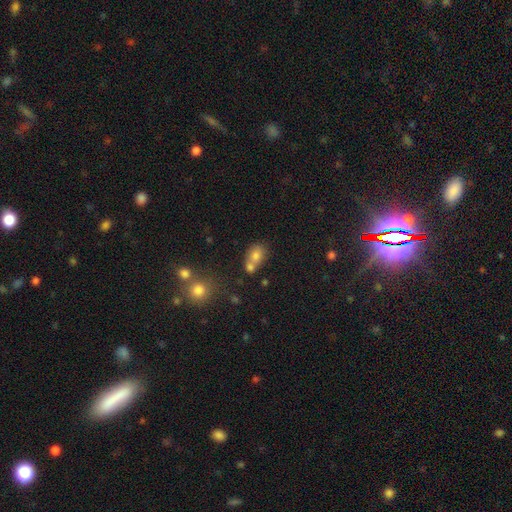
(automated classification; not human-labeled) smooth_or_featured: smooth (p=0.74) [alt: featured or disk p=0.14]
how_rounded: in between (p=0.64) [alt: round p=0.34]
merging: merger (p=0.52) [alt: none p=0.33]